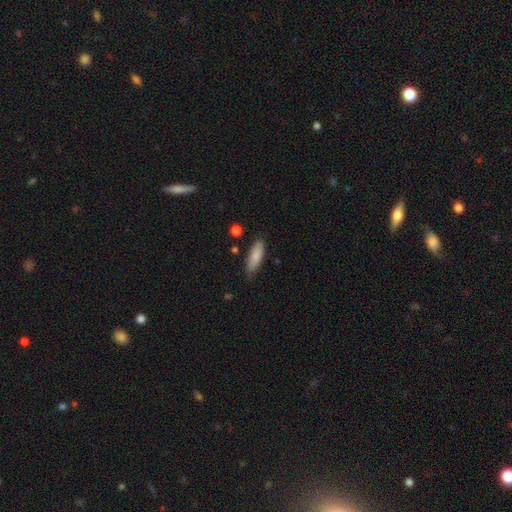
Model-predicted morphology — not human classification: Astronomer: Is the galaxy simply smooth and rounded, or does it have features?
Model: smooth — 85%.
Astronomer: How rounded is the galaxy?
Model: in between — 55% (runner-up: cigar-shaped, 44%).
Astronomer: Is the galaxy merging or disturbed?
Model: none — 81%.